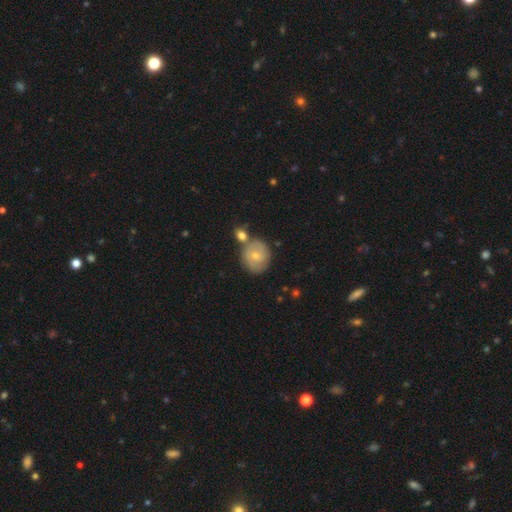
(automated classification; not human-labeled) smooth 50%, featured or disk 43%, star or artifact 7%. Down the decision tree: how rounded — round (75%); merging — none (58%).